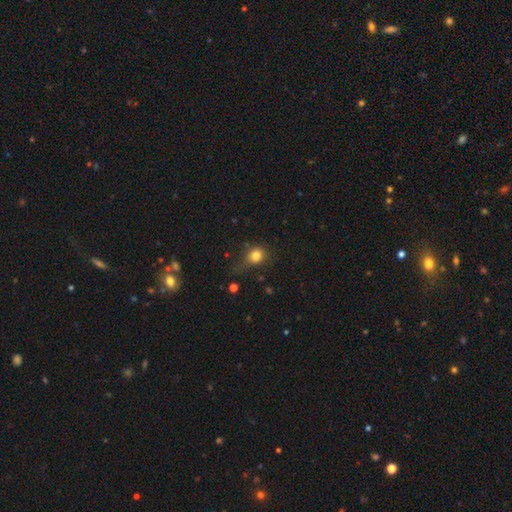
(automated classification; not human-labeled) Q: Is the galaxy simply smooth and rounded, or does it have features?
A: smooth — 80%.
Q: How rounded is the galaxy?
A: round — 67%.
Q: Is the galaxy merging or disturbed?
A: none — 51%.